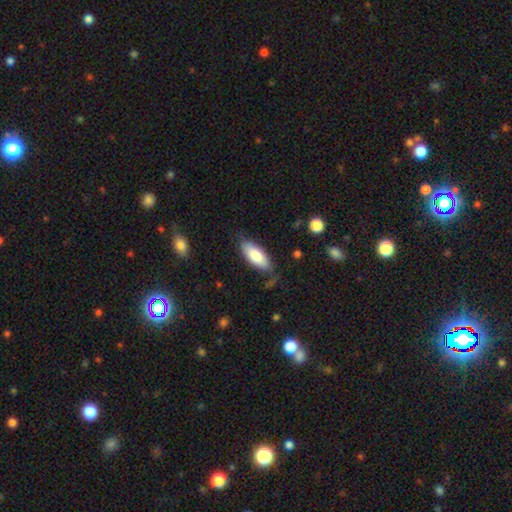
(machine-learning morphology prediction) A smooth galaxy with no disk features (80%) that is in between round and cigar-shaped (81%).

Vote fractions:
- Smooth or featured? smooth: 80% / featured or disk: 14% / star or artifact: 6%
- How rounded? in between: 81% / cigar-shaped: 17% / round: 2%
- Merging? none: 74% / minor disturbance: 19% / major disturbance: 5% / merger: 2%